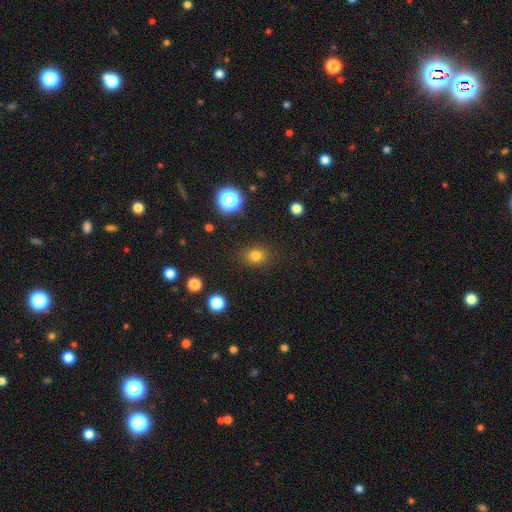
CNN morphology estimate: A smooth galaxy with no disk features (80%) that is round (55%). Merging: none (86%).